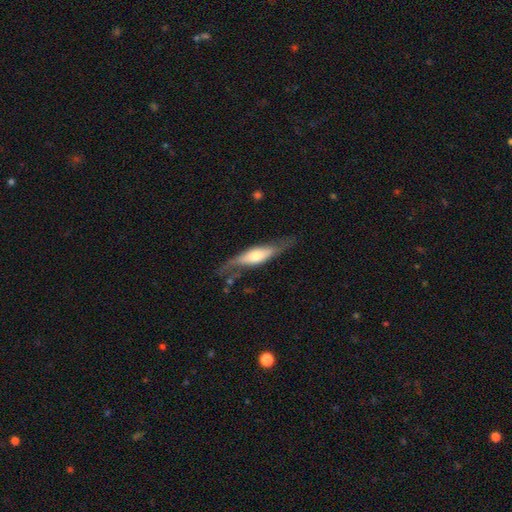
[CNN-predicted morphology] smooth_or_featured: featured or disk (p=0.59) [alt: smooth p=0.36]
disk_edge_on: yes (p=0.69) [alt: no p=0.31]
merging: none (p=0.63) [alt: minor disturbance p=0.22]